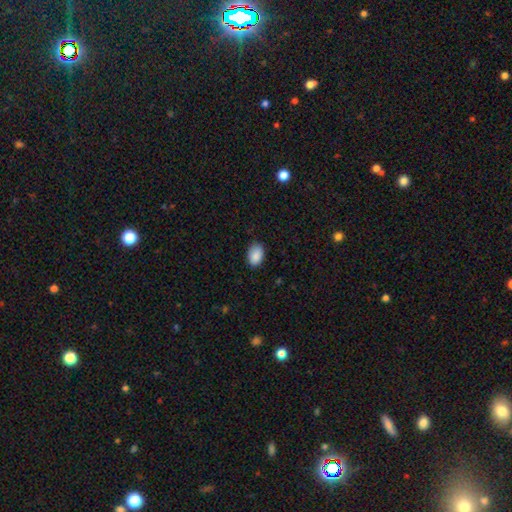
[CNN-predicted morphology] Overall: smooth (89%). How rounded: in between (89%). Merging: none (79%).